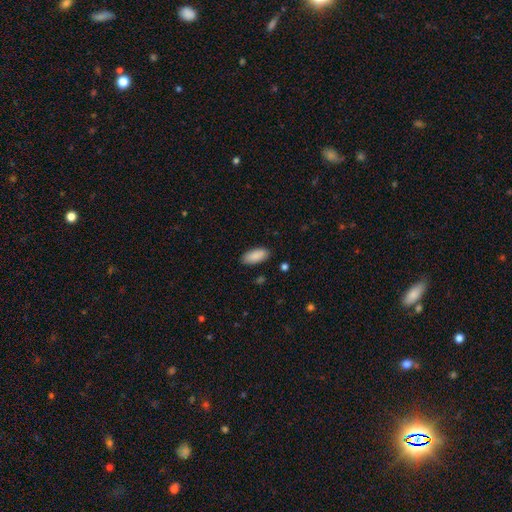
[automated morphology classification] Overall: smooth (90%). How rounded: in between (90%). Merging: none (87%).